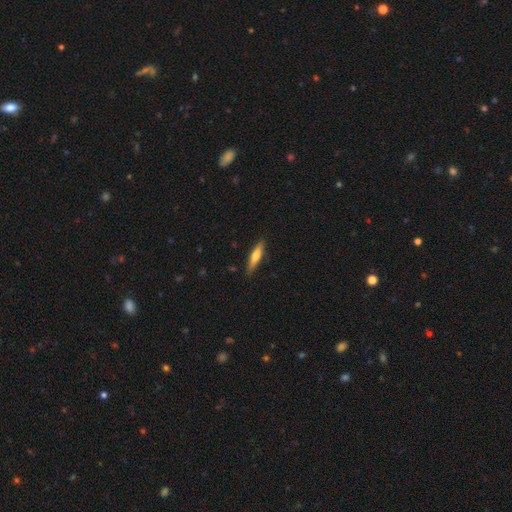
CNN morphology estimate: A smooth galaxy with no disk features (58%) that is cigar-shaped (82%).

Vote fractions:
- Smooth or featured? smooth: 58% / featured or disk: 36% / star or artifact: 6%
- How rounded? cigar-shaped: 82% / in between: 17% / round: 2%
- Merging? none: 87% / minor disturbance: 10% / major disturbance: 2% / merger: 1%